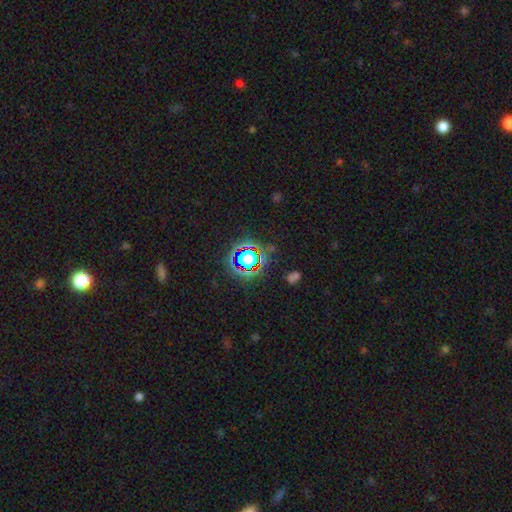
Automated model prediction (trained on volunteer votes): Smooth or featured?
  - star or artifact: 78% *
  - smooth: 14%
  - featured or disk: 8%